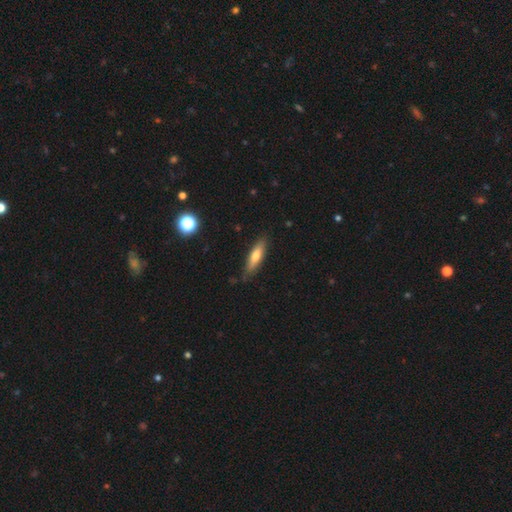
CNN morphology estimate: type=smooth (65%); roundness=cigar-shaped (69%); merging=none (81%).